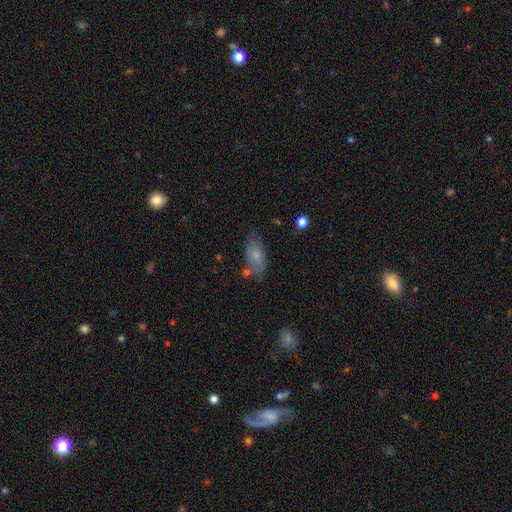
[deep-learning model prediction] Smooth or featured? Predicted: smooth (p=0.71). How rounded? Predicted: in between (p=0.90). Merging? Predicted: none (p=0.58).